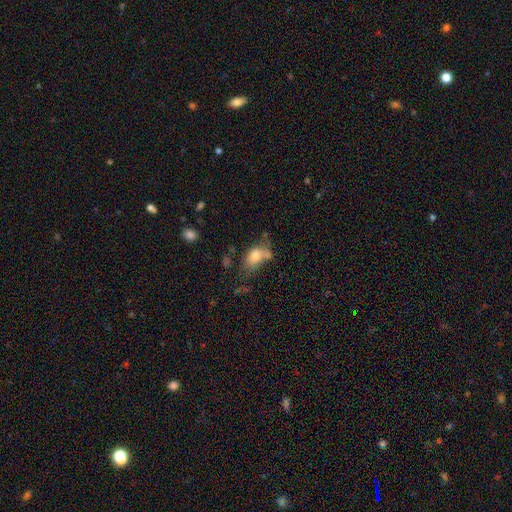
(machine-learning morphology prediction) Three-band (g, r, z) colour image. It shows a smooth galaxy with no disk features (72%) that is in between round and cigar-shaped (83%). Merging: none (35%).